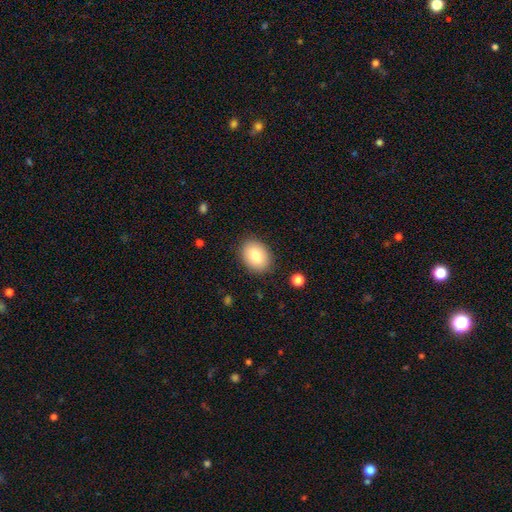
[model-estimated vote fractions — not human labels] smooth_or_featured: smooth (p=0.85) [alt: featured or disk p=0.08]
how_rounded: in between (p=0.74) [alt: round p=0.25]
merging: none (p=0.86) [alt: minor disturbance p=0.10]